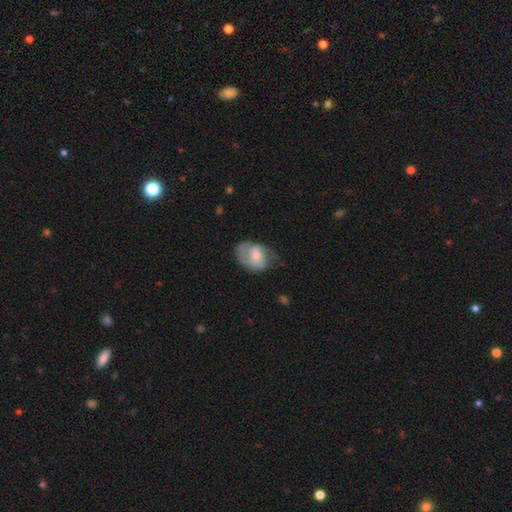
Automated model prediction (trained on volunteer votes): Morphology: type=featured or disk (53%); edge-on=no (97%); bar=no (62%); spiral arms=yes (74%); bulge=small (48%); merging=none (50%).